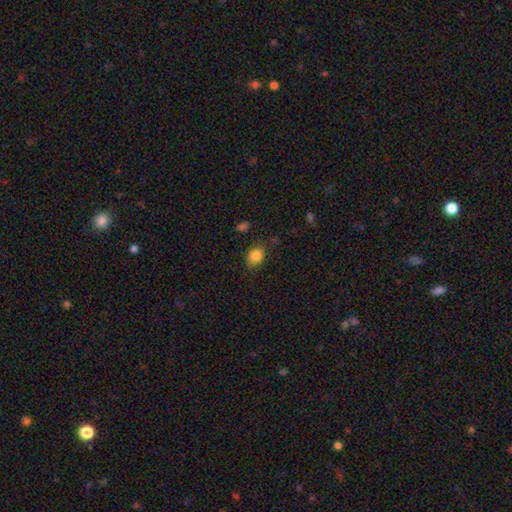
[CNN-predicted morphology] A smooth galaxy with no disk features (84%) that is in between round and cigar-shaped (50%).

Vote fractions:
- Smooth or featured? smooth: 84% / star or artifact: 10% / featured or disk: 6%
- How rounded? in between: 50% / round: 49% / cigar-shaped: 1%
- Merging? none: 77% / minor disturbance: 16% / major disturbance: 4% / merger: 2%